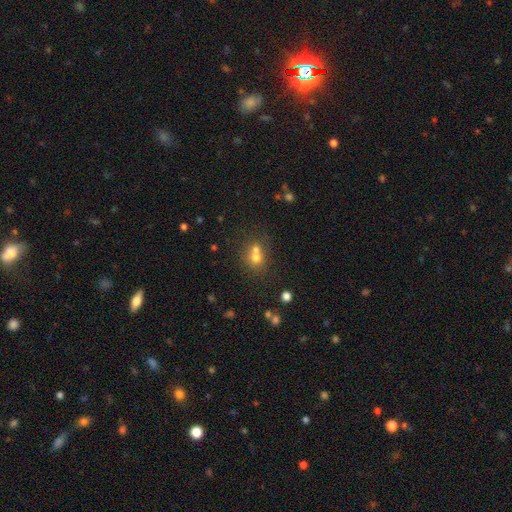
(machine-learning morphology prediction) Smooth or featured?
  - smooth: 67% *
  - featured or disk: 17%
  - star or artifact: 17%
How rounded?
  - round: 74% *
  - in between: 25%
  - cigar-shaped: 1%
Merging?
  - merger: 54% *
  - none: 35%
  - minor disturbance: 7%
  - major disturbance: 4%